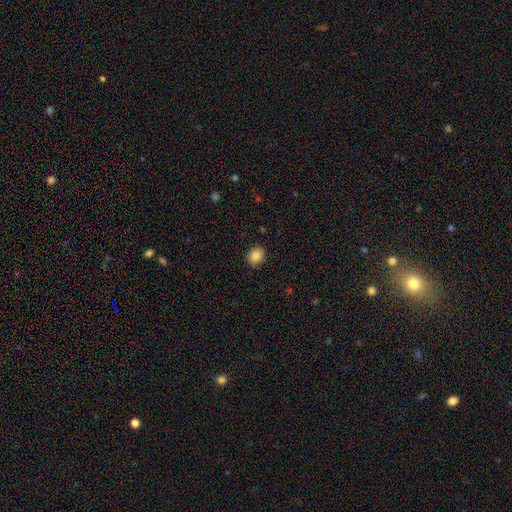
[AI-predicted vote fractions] A smooth galaxy with no disk features (85%) that is round (60%). Merging: none (89%).